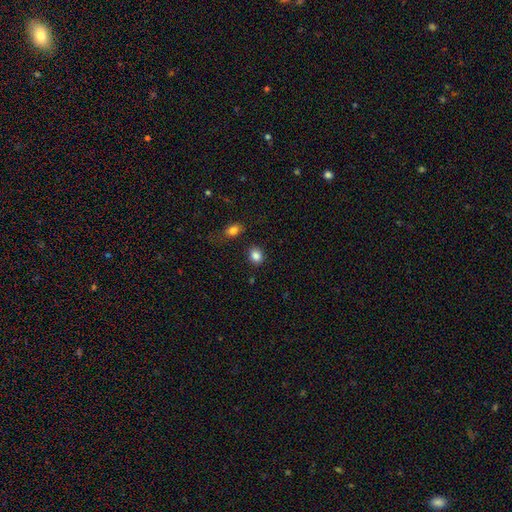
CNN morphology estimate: Smooth or featured? Predicted: smooth (p=0.86). How rounded? Predicted: round (p=0.59). Merging? Predicted: none (p=0.84).